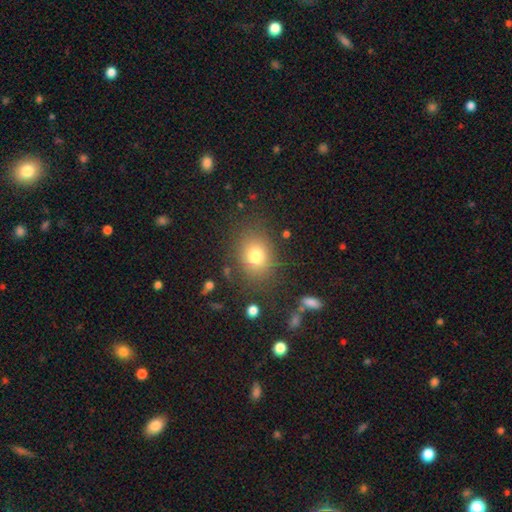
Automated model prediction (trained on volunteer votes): Overall: smooth (77%). How rounded: round (54%; in between 45%). Merging: none (80%).